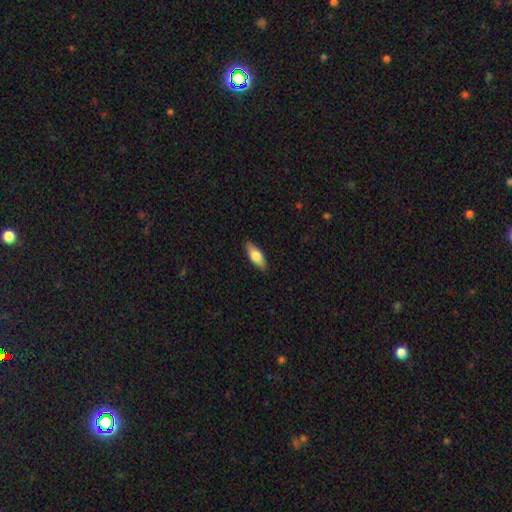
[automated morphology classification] Q: Smooth or featured?
A: smooth (68%); runner-up: featured or disk (26%)
Q: How rounded?
A: in between (71%); runner-up: cigar-shaped (26%)
Q: Merging?
A: none (89%); runner-up: minor disturbance (9%)